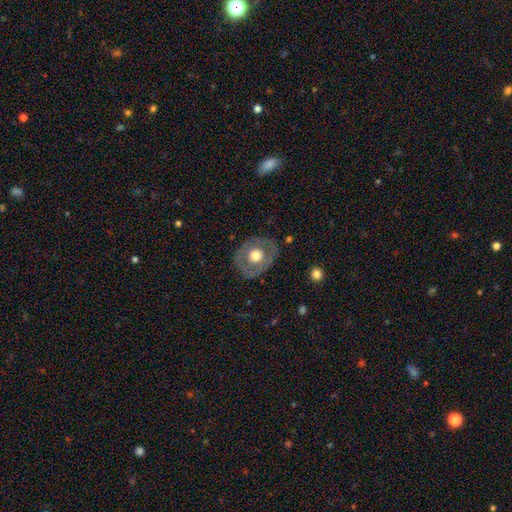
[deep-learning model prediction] Smooth or featured?
  - featured or disk: 48% *
  - smooth: 46%
  - star or artifact: 6%
Merging?
  - none: 80% *
  - minor disturbance: 13%
  - major disturbance: 6%
  - merger: 1%